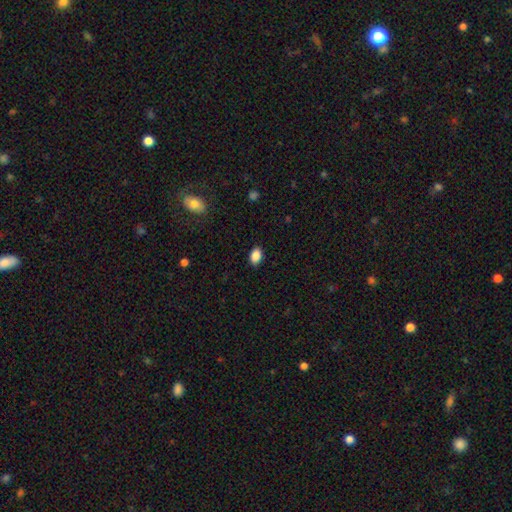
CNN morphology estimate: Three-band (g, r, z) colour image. It shows a smooth galaxy with no disk features (88%) that is in between round and cigar-shaped (83%). Merging: none (87%).